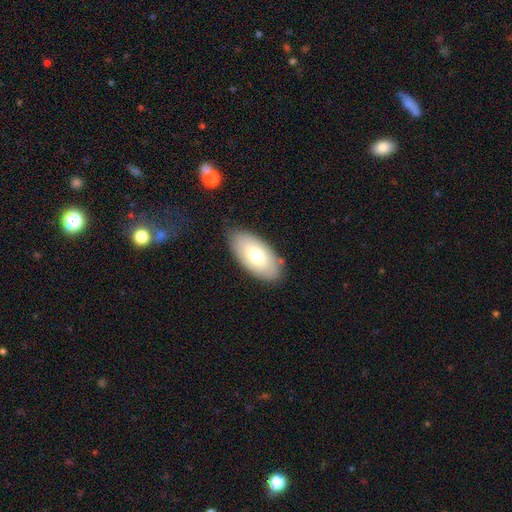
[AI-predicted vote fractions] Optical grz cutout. It shows a smooth galaxy with no disk features (68%) that is in between round and cigar-shaped (94%). Merging: none (80%).